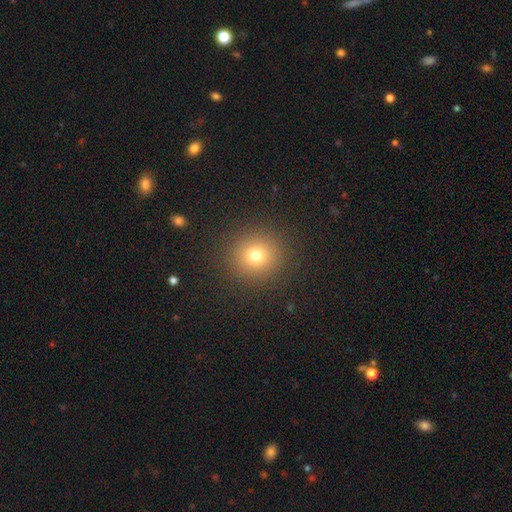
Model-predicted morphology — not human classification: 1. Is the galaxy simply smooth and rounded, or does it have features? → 74% smooth, 17% star or artifact, 9% featured or disk.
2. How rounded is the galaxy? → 92% round, 7% in between, 1% cigar-shaped.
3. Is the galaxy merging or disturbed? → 90% none, 6% minor disturbance, 3% major disturbance, 1% merger.